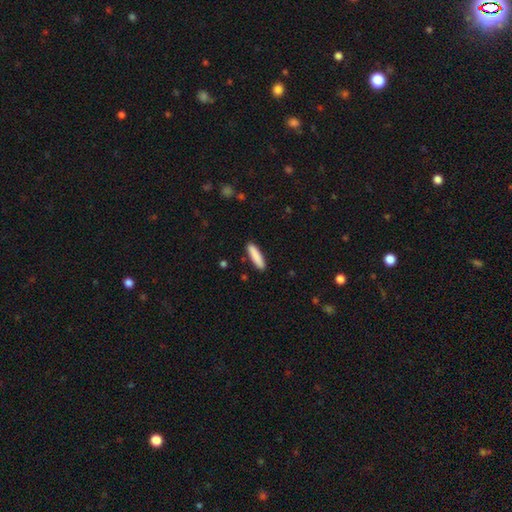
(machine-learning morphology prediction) smooth-or-featured: smooth: 88% | featured or disk: 7% | star or artifact: 6%
  how-rounded: cigar-shaped: 79% | in between: 20% | round: 1%
  merging: none: 90% | minor disturbance: 7% | major disturbance: 2% | merger: 1%